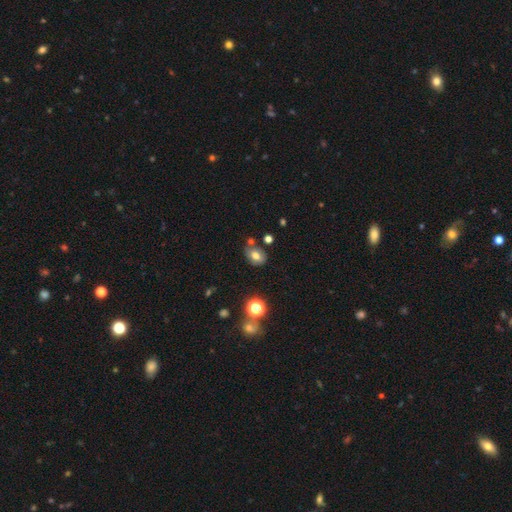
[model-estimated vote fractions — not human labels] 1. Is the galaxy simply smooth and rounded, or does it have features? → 68% smooth, 18% featured or disk, 14% star or artifact.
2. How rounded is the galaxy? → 67% in between, 32% round, 1% cigar-shaped.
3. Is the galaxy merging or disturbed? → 65% none, 19% minor disturbance, 11% merger, 5% major disturbance.